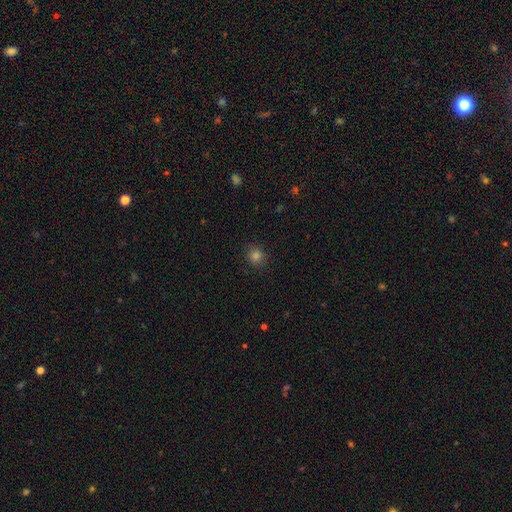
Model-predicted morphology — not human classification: Smooth or featured?
  - smooth: 79% *
  - star or artifact: 16%
  - featured or disk: 5%
How rounded?
  - round: 81% *
  - in between: 18%
  - cigar-shaped: 1%
Merging?
  - none: 89% *
  - minor disturbance: 8%
  - major disturbance: 2%
  - merger: 1%